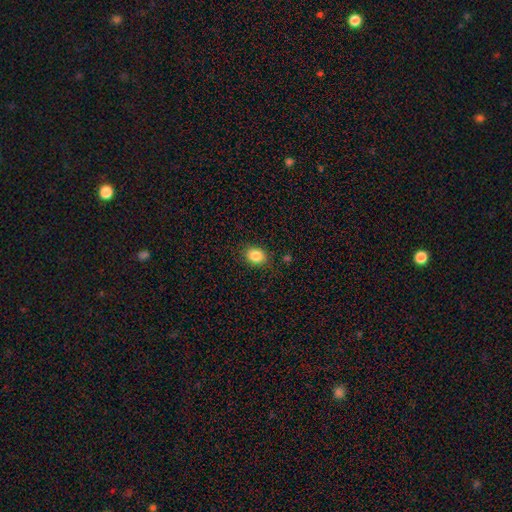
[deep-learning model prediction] A smooth galaxy with no disk features (86%) that is in between round and cigar-shaped (54%). Merging: none (85%).